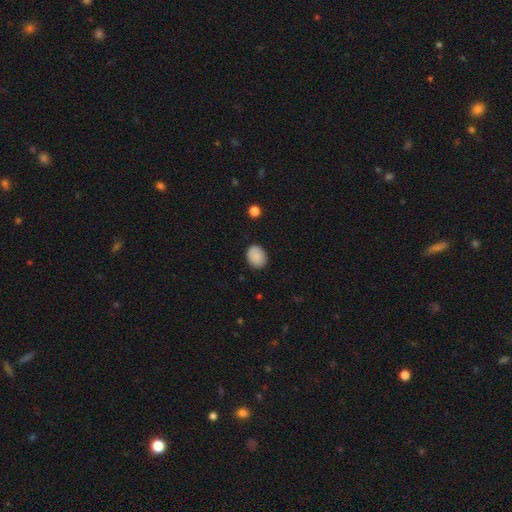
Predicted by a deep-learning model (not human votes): A smooth galaxy with no disk features (89%) that is in between round and cigar-shaped (65%).

Vote fractions:
- Smooth or featured? smooth: 89% / star or artifact: 8% / featured or disk: 3%
- How rounded? in between: 65% / round: 34% / cigar-shaped: 1%
- Merging? none: 86% / minor disturbance: 10% / major disturbance: 2% / merger: 1%